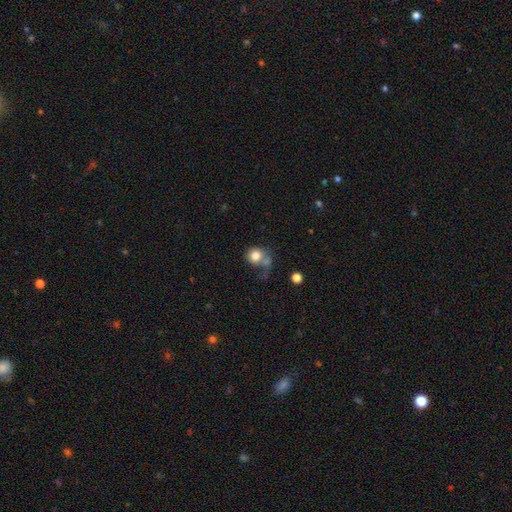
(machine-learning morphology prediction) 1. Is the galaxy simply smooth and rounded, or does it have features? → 80% smooth, 11% featured or disk, 10% star or artifact.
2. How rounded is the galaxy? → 79% round, 20% in between, 1% cigar-shaped.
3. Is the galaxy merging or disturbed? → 44% none, 25% merger, 18% minor disturbance, 13% major disturbance.